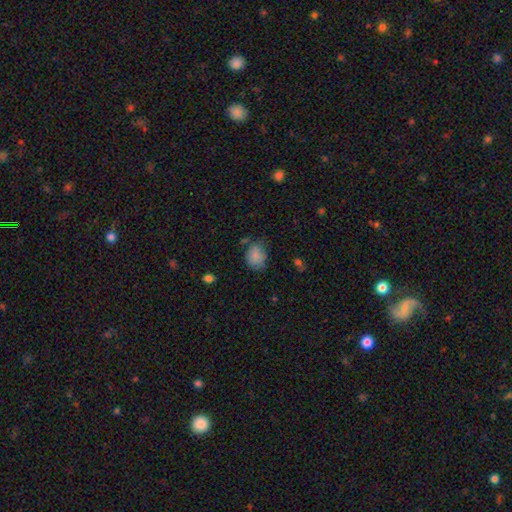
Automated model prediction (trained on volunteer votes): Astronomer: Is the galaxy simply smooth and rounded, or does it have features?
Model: smooth — 83%.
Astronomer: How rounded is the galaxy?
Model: round — 50% (runner-up: in between, 49%).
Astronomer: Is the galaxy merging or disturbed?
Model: none — 62%.